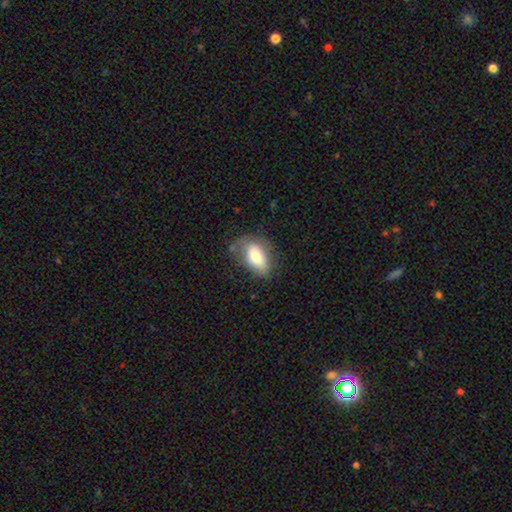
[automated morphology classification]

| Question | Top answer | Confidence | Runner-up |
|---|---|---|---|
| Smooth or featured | smooth | 74% | featured or disk (18%) |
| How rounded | in between | 90% | round (7%) |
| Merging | none | 61% | minor disturbance (26%) |